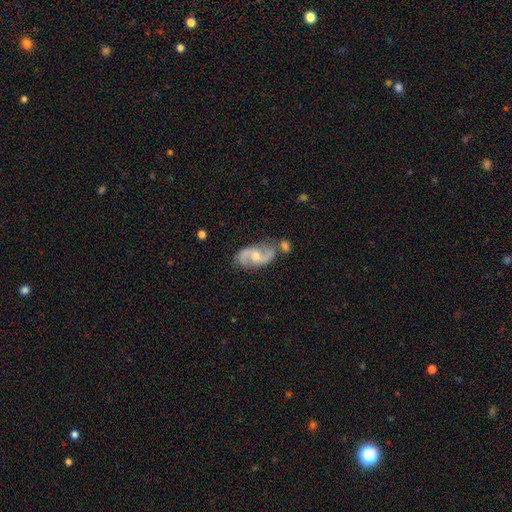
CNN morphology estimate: Overall: featured or disk (83%). Edge-on disk: no (96%). Bar: no (50%; weak 41%). Spiral arms: yes (95%). Spiral arm count: 2 (91%). Spiral winding: loose (44%; medium 43%). Bulge size: moderate (59%; small 35%). Merging: none (59%).